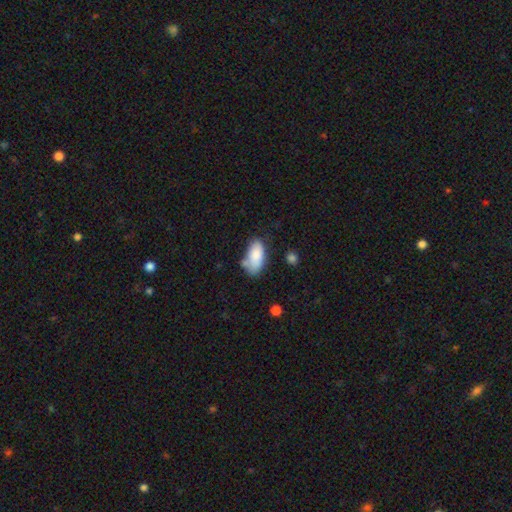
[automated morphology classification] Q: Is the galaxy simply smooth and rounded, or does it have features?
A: smooth — 84%.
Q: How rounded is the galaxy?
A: in between — 92%.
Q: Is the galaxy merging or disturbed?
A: none — 57%.